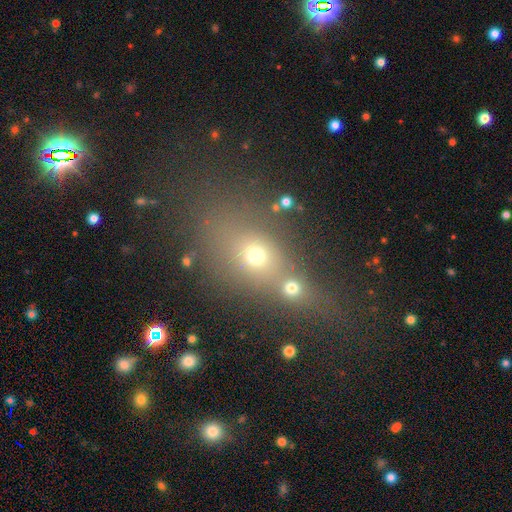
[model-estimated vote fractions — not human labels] A smooth galaxy with no disk features (61%) that is round (48%, tied with in between). Merging: merger (46%).